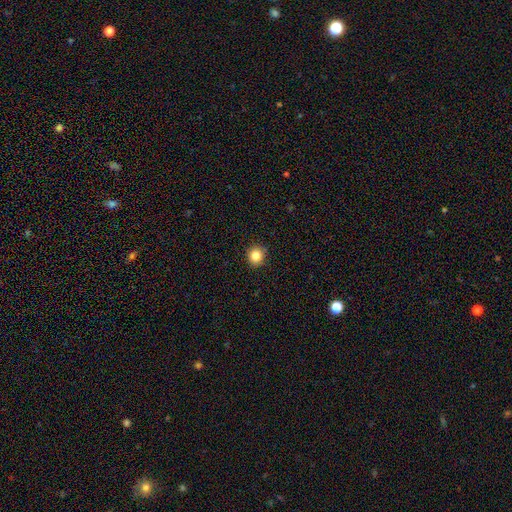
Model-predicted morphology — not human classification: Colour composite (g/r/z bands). It shows a smooth galaxy with no disk features (84%) that is round (85%). Merging: none (90%).